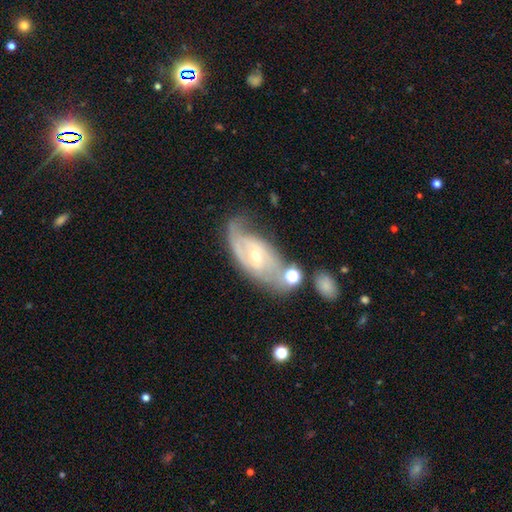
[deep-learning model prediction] smooth_or_featured: featured or disk (p=0.79) [alt: smooth p=0.15]
disk_edge_on: no (p=0.92) [alt: yes p=0.08]
bar: weak (p=0.45) [alt: no p=0.40]
has_spiral_arms: yes (p=0.88) [alt: no p=0.12]
spiral_winding: tight (p=0.42) [alt: medium p=0.40]
spiral_arm_count: 2 (p=0.54) [alt: can't tell p=0.27]
bulge_size: small (p=0.56) [alt: moderate p=0.40]
merging: none (p=0.51) [alt: minor disturbance p=0.24]